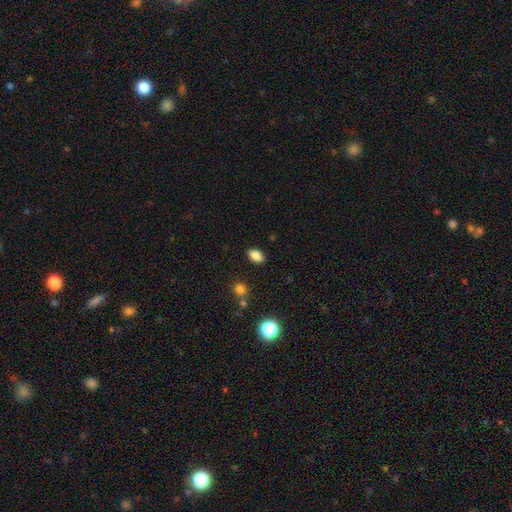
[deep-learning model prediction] Smooth or featured? Predicted: smooth (p=0.84). How rounded? Predicted: in between (p=0.87). Merging? Predicted: none (p=0.88).